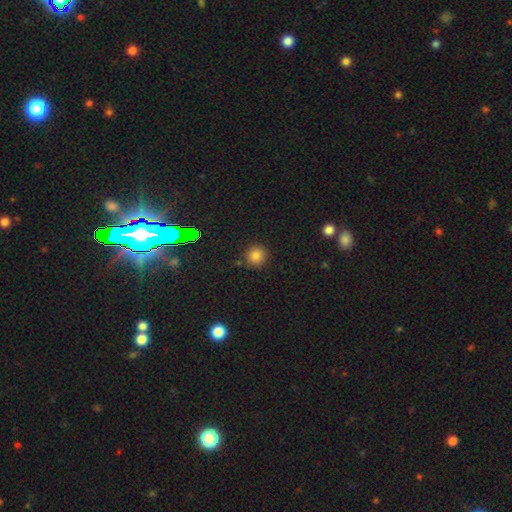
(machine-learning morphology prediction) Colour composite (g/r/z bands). It shows a smooth galaxy with no disk features (81%) that is round (93%). Merging: none (87%).